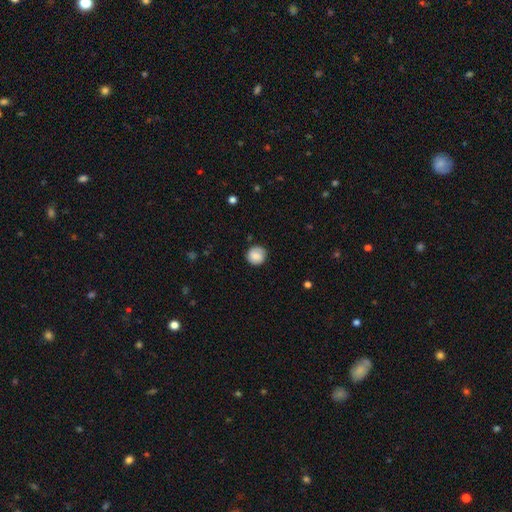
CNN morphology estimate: smooth_or_featured: smooth (p=0.80) [alt: featured or disk p=0.13]
how_rounded: round (p=0.89) [alt: in between p=0.10]
merging: none (p=0.82) [alt: minor disturbance p=0.13]